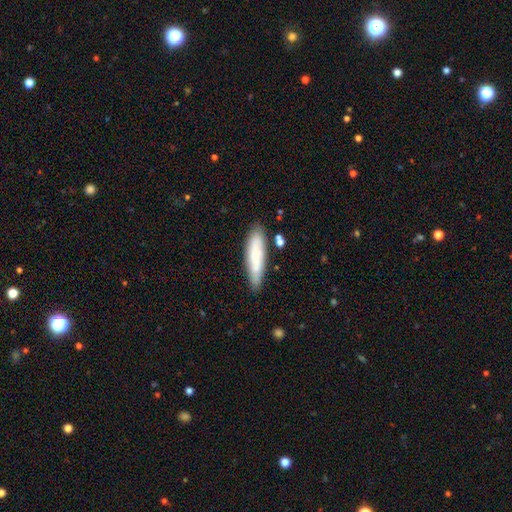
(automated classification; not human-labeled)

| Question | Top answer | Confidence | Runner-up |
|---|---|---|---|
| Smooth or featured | smooth | 73% | featured or disk (21%) |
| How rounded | cigar-shaped | 75% | in between (24%) |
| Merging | none | 79% | minor disturbance (15%) |